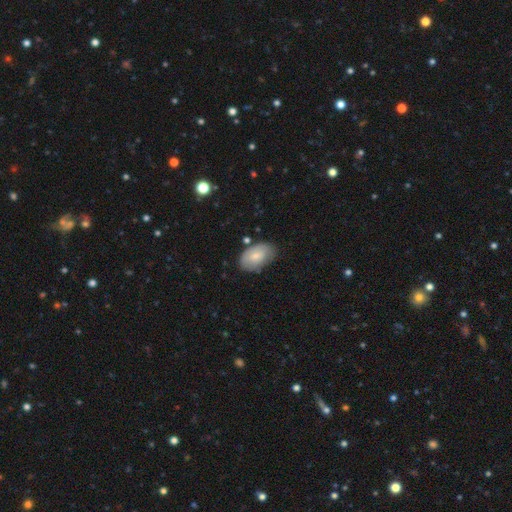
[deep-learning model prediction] A smooth galaxy with no disk features (70%) that is in between round and cigar-shaped (93%). Merging: none (71%).